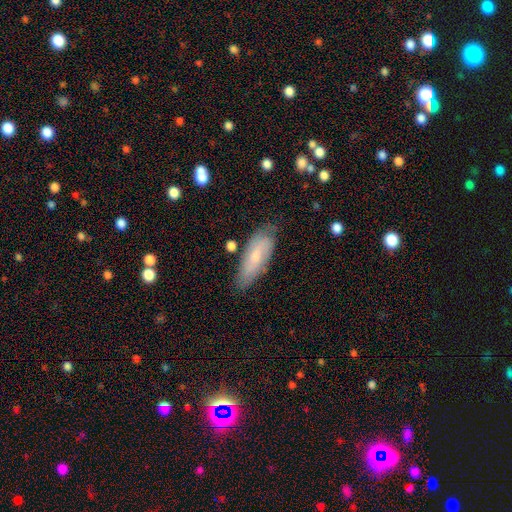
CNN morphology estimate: Smooth or featured? smooth (60%)
How rounded? in between (65%)
Merging? none (71%)